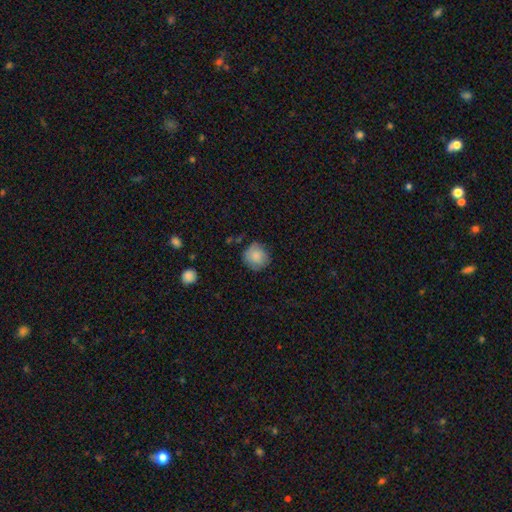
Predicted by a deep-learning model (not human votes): A smooth galaxy with no disk features (84%) that is round (89%).

Vote fractions:
- Smooth or featured? smooth: 84% / featured or disk: 9% / star or artifact: 7%
- How rounded? round: 89% / in between: 10% / cigar-shaped: 1%
- Merging? none: 75% / minor disturbance: 20% / major disturbance: 4% / merger: 2%